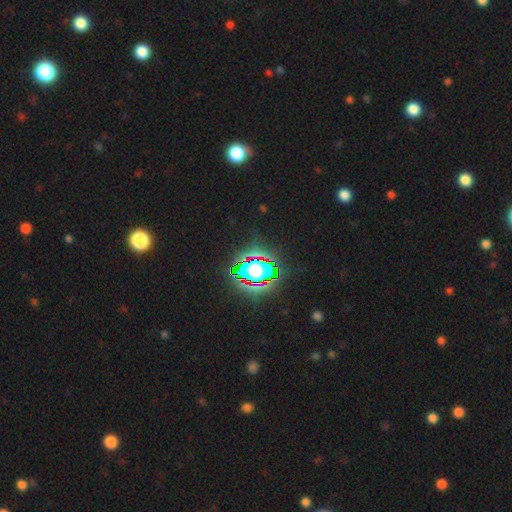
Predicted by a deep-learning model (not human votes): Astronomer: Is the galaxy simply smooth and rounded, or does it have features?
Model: star or artifact — 78%.